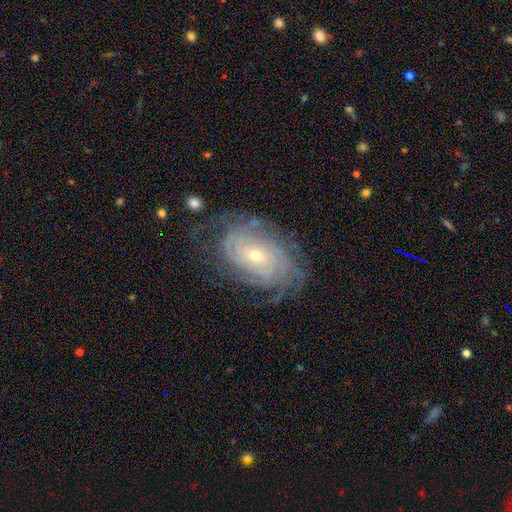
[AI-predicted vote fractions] Smooth or featured: featured or disk — 87% (smooth — 7%)
Edge-on disk: no — 96% (yes — 4%)
Bar: no — 76% (weak — 19%)
Spiral arms: yes — 96% (no — 4%)
Spiral winding: tight — 78% (medium — 17%)
Spiral arm count: can't tell — 33% (more than 4 — 22%)
Bulge size: small — 64% (moderate — 33%)
Merging: none — 70% (minor disturbance — 18%)